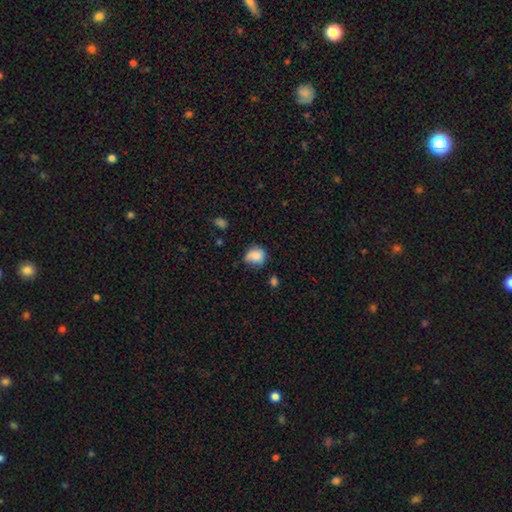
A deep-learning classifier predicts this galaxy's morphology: smooth_or_featured: smooth (p=0.80) [alt: featured or disk p=0.11]
how_rounded: round (p=0.71) [alt: in between p=0.28]
merging: none (p=0.51) [alt: minor disturbance p=0.36]